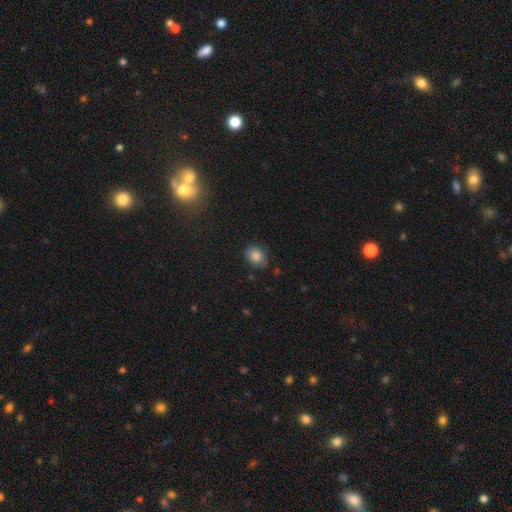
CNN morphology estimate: Smooth or featured? smooth (82%)
How rounded? in between (63%)
Merging? none (76%)